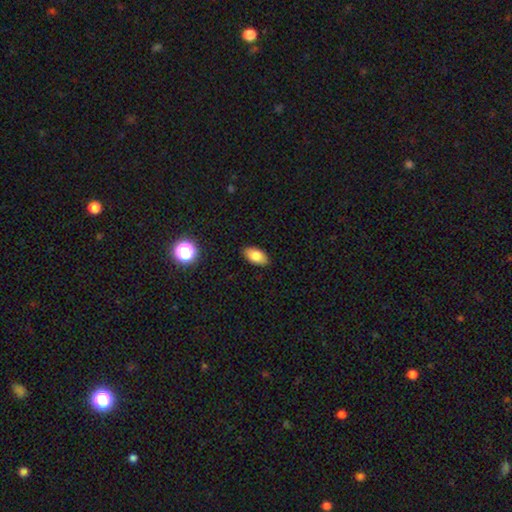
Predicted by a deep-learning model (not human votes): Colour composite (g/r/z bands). It shows a smooth galaxy with no disk features (80%) that is in between round and cigar-shaped (92%). Merging: none (88%).